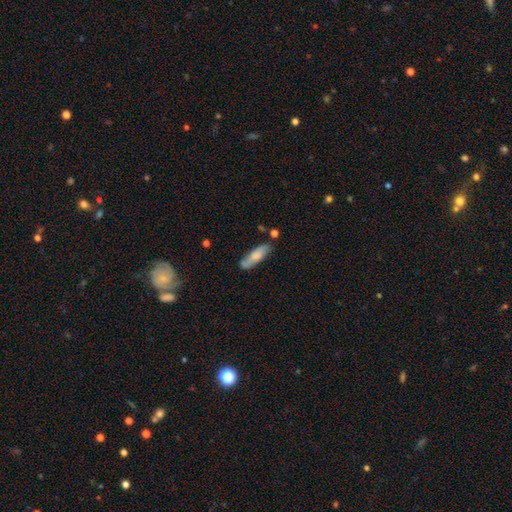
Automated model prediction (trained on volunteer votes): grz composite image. It shows a smooth galaxy with no disk features (67%) that is in between round and cigar-shaped (52%). Merging: none (67%).